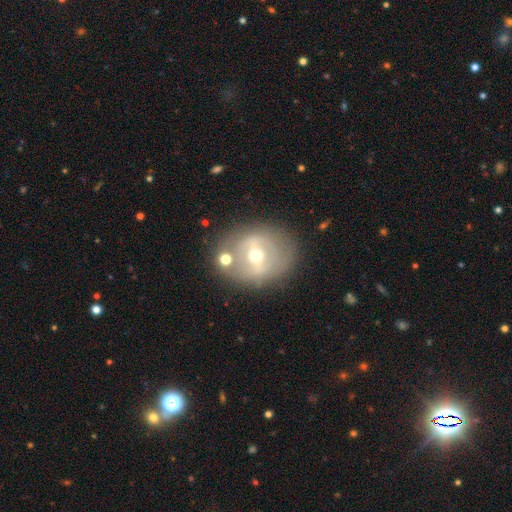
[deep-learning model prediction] The model was most divided on "bar": strong: 42%, weak: 38%, no: 19%. More confident: edge-on disk — no (93%); merging — none (74%); smooth or featured — featured or disk (67%); spiral arms — no (64%); bulge size — moderate (56%).